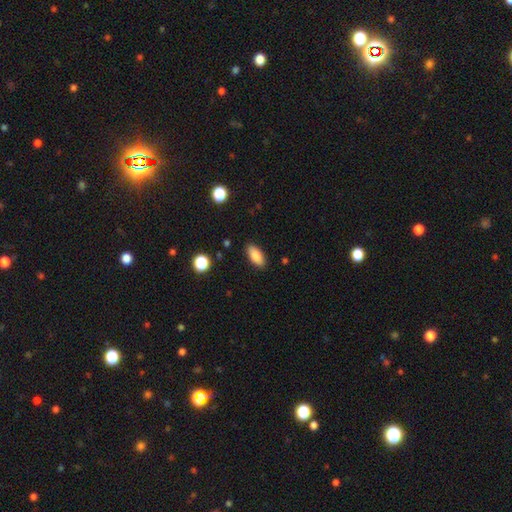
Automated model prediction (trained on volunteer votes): smooth 85%, featured or disk 8%, star or artifact 8%. Down the decision tree: how rounded — in between (86%); merging — none (88%).